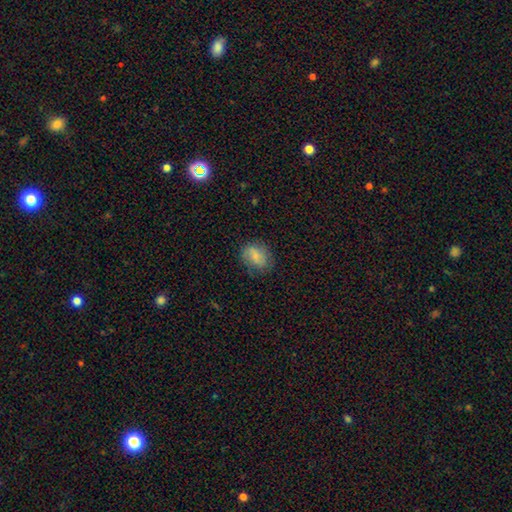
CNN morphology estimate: A smooth galaxy with no disk features (71%) that is in between round and cigar-shaped (64%). Merging: none (72%).